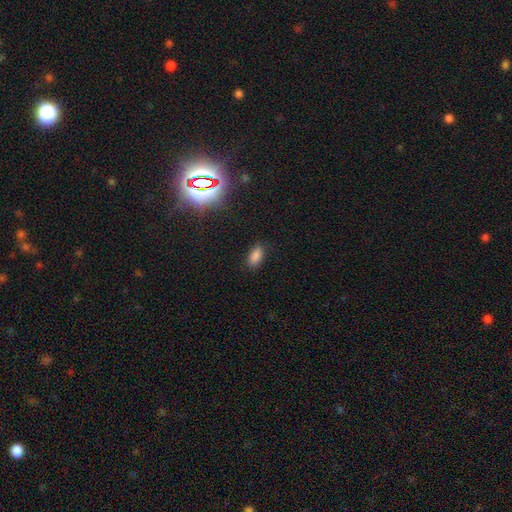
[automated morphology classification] smooth 83%, star or artifact 12%, featured or disk 4%. Down the decision tree: how rounded — in between (91%); merging — none (85%).